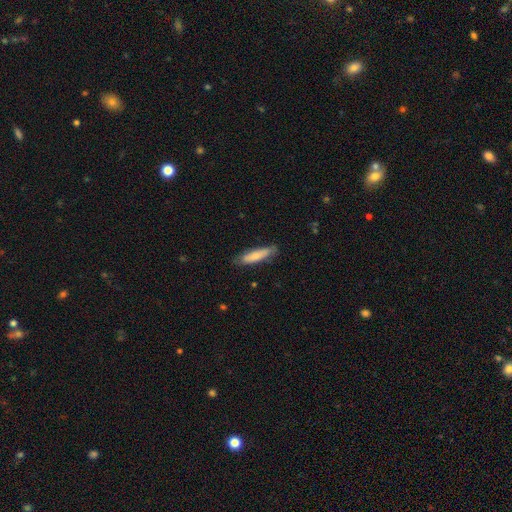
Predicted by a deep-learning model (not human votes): Smooth or featured?
  - smooth: 75% *
  - featured or disk: 20%
  - star or artifact: 5%
How rounded?
  - cigar-shaped: 74% *
  - in between: 25%
  - round: 1%
Merging?
  - none: 79% *
  - minor disturbance: 17%
  - major disturbance: 3%
  - merger: 1%